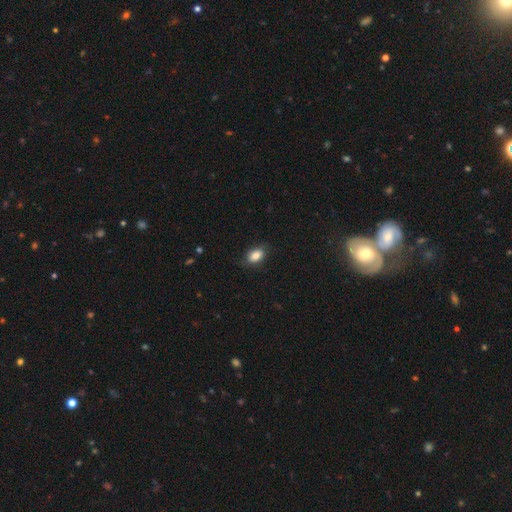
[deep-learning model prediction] Q: Smooth or featured?
A: smooth (82%); runner-up: featured or disk (9%)
Q: How rounded?
A: in between (84%); runner-up: round (14%)
Q: Merging?
A: none (79%); runner-up: minor disturbance (16%)